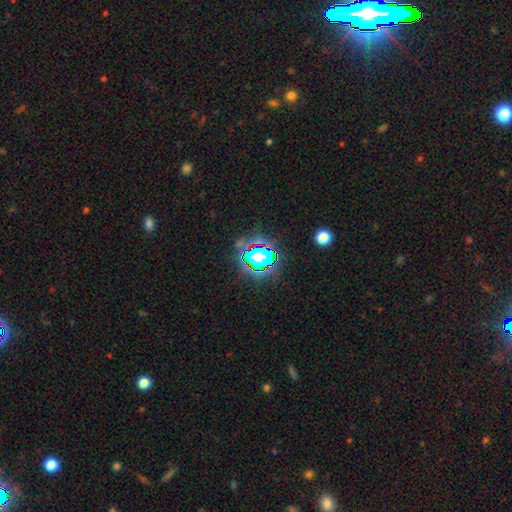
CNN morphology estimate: Smooth or featured? star or artifact (81%)